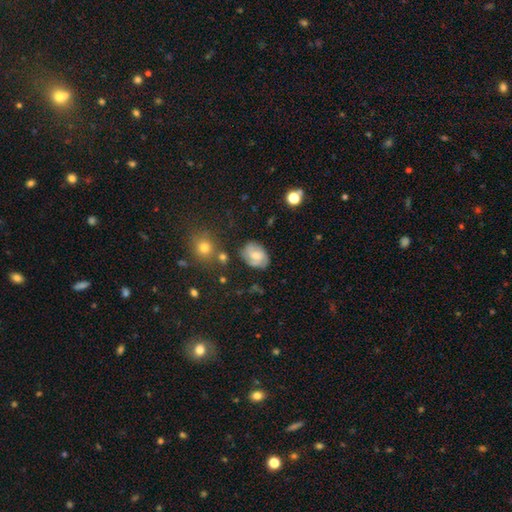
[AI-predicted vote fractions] Q: Smooth or featured?
A: smooth (47%); runner-up: featured or disk (45%)
Q: Merging?
A: none (69%); runner-up: minor disturbance (20%)